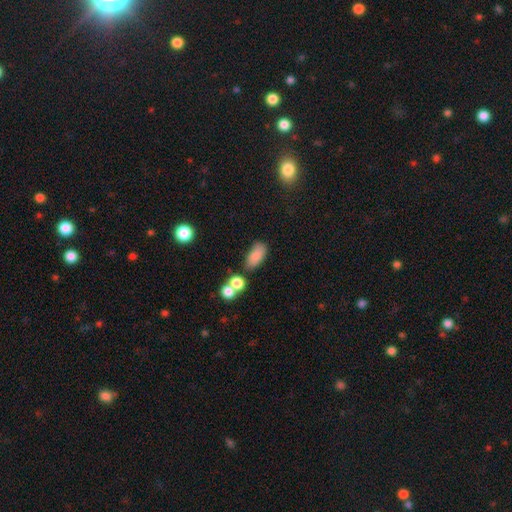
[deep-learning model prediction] Morphology: type=smooth (82%); roundness=in between (87%); merging=none (59%).